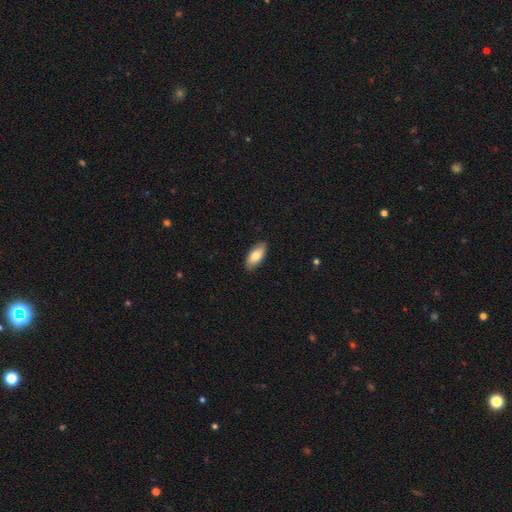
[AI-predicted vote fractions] Overall: smooth (78%). How rounded: in between (89%). Merging: none (87%).